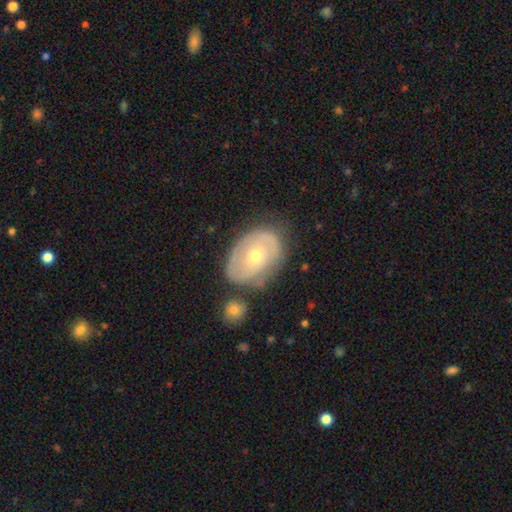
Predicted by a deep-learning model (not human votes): The model was most divided on "bulge size": moderate: 51%, small: 45%, large: 2%, none: 1%, dominant: 1%. More confident: edge-on disk — no (94%); bar — no (81%); merging — none (60%); spiral arms — no (56%); smooth or featured — featured or disk (56%).